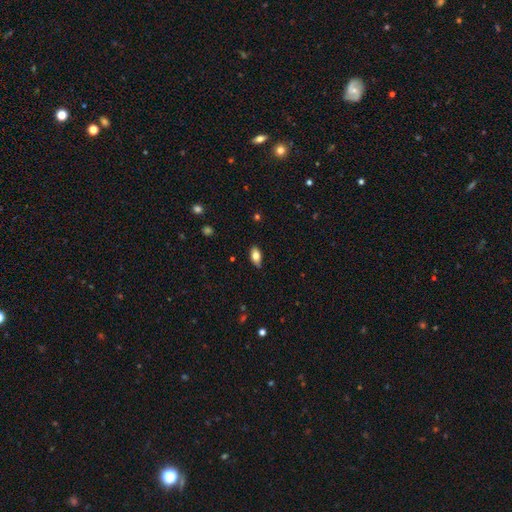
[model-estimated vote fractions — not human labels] smooth 76%, featured or disk 16%, star or artifact 7%. Down the decision tree: how rounded — in between (89%); merging — none (78%).